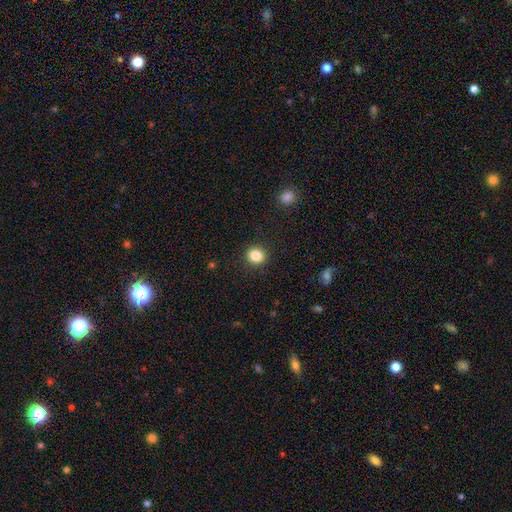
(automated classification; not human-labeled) A smooth galaxy with no disk features (85%) that is round (84%).

Vote fractions:
- Smooth or featured? smooth: 85% / star or artifact: 10% / featured or disk: 4%
- How rounded? round: 84% / in between: 15% / cigar-shaped: 1%
- Merging? none: 91% / minor disturbance: 6% / major disturbance: 2% / merger: 1%